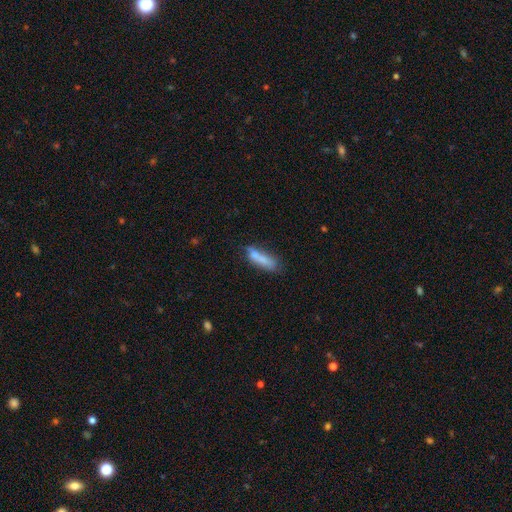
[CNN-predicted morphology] type=smooth (67%); roundness=cigar-shaped (74%); merging=none (59%).